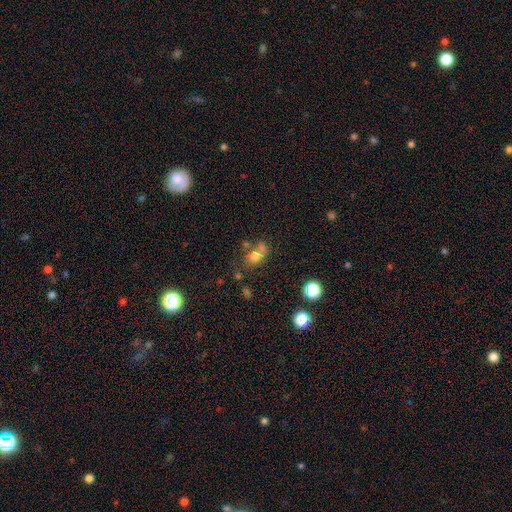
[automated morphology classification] smooth-or-featured: smooth: 67% | star or artifact: 17% | featured or disk: 15%
  how-rounded: in between: 53% | round: 45% | cigar-shaped: 2%
  merging: none: 38% (tied) | merger: 38% (tied) | minor disturbance: 14% | major disturbance: 10%